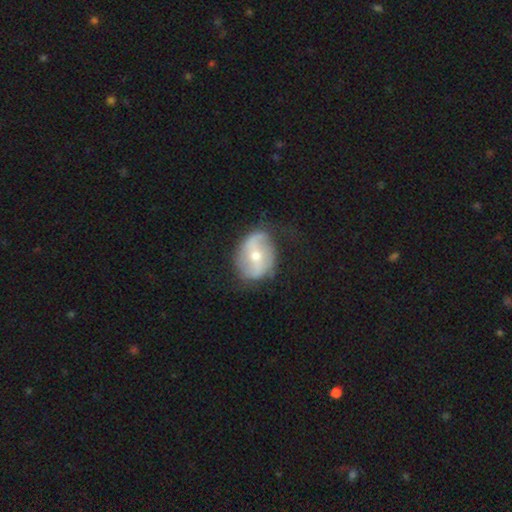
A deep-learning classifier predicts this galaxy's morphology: A featured or disk galaxy (69%) with a weak bar (37%), 2 (79%) loose (52%) spiral arms (77%) and a moderate central bulge (56%). Merging: none (61%).